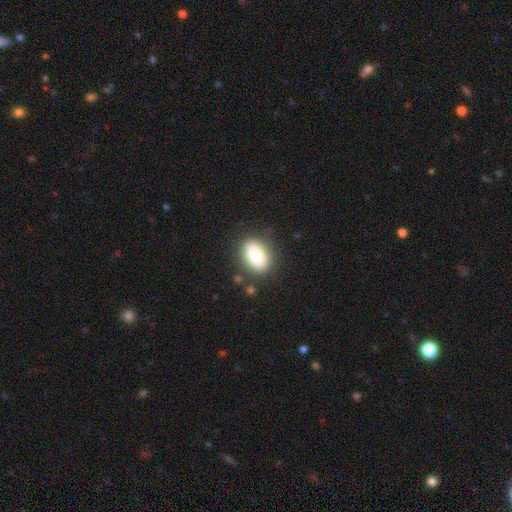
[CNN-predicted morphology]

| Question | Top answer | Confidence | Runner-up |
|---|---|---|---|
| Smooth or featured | smooth | 85% | featured or disk (8%) |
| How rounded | in between | 85% | round (13%) |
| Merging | none | 83% | minor disturbance (11%) |